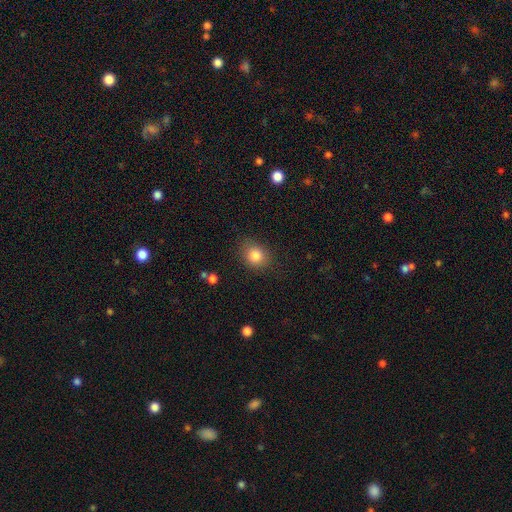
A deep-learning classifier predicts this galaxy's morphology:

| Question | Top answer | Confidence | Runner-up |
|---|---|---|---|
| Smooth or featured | smooth | 83% | star or artifact (10%) |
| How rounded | round | 60% | in between (39%) |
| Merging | none | 79% | minor disturbance (15%) |